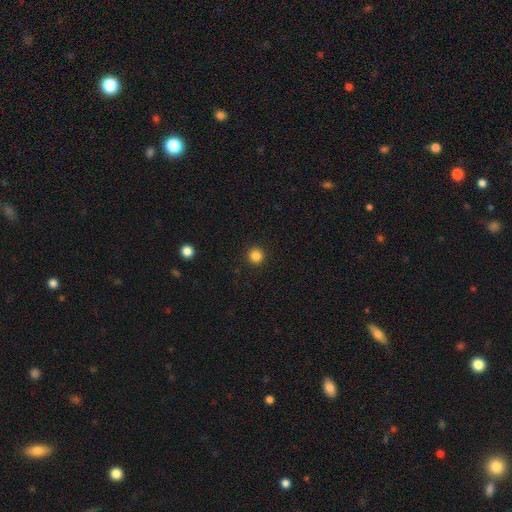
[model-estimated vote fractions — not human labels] smooth-or-featured: smooth: 84% | star or artifact: 12% | featured or disk: 4%
  how-rounded: round: 96% | in between: 3% | cigar-shaped: 1%
  merging: none: 93% | minor disturbance: 4% | major disturbance: 2% | merger: 1%